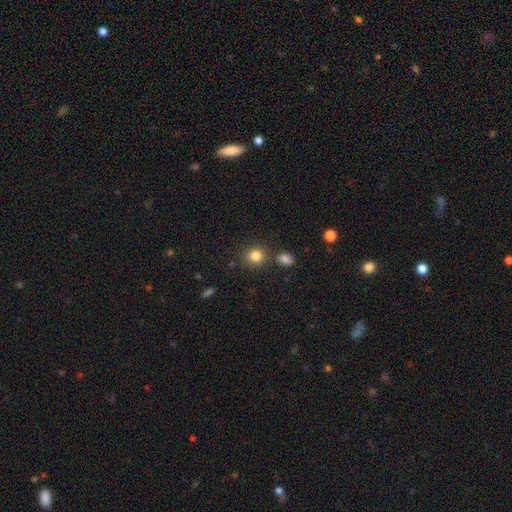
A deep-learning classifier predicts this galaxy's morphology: Overall: smooth (83%). How rounded: round (84%). Merging: none (79%).